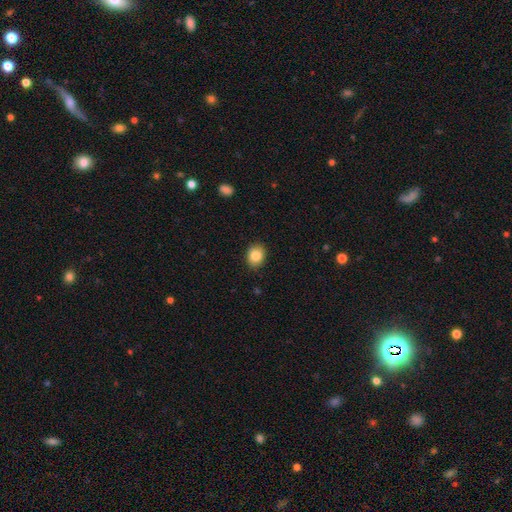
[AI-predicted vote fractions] Overall: smooth (85%). How rounded: round (53%; in between 46%). Merging: none (88%).